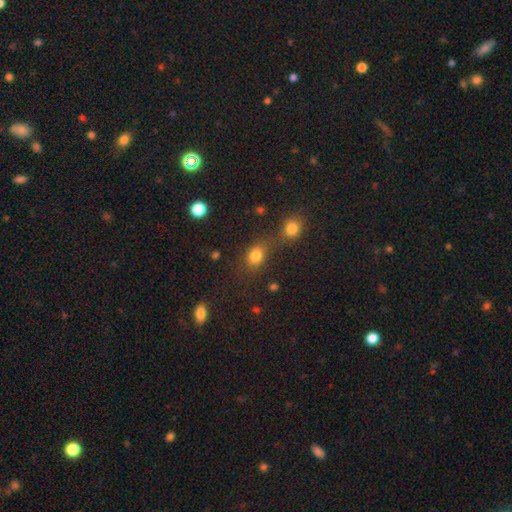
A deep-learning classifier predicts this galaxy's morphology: This appears to be a smooth galaxy with no disk features (78%) that is in between round and cigar-shaped (52%). Merging: none (51%).